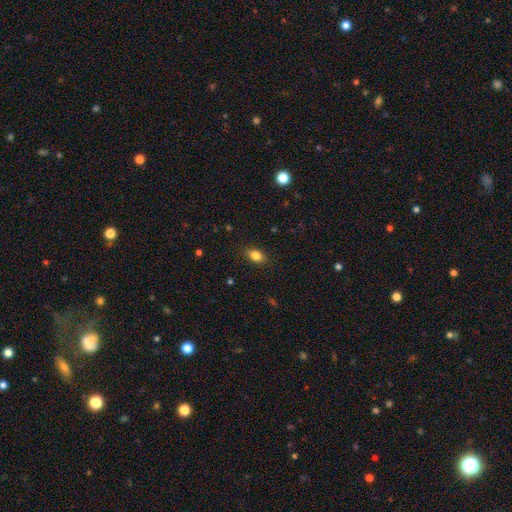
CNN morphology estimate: Smooth or featured: smooth — 84% (star or artifact — 10%)
How rounded: in between — 80% (round — 18%)
Merging: none — 86% (minor disturbance — 10%)